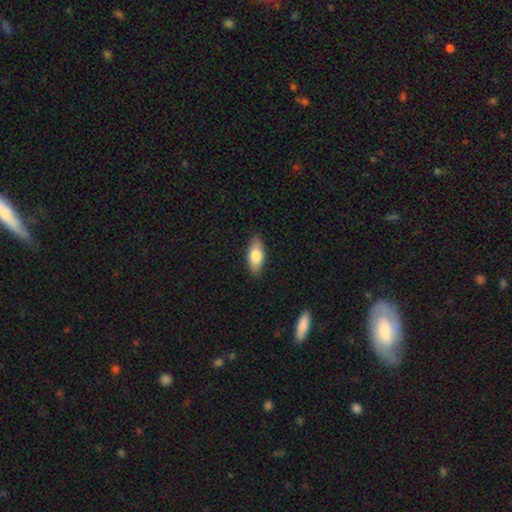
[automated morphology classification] This is likely a smooth galaxy (77%). How rounded: clearly in between (84%). Merging: clearly none (86%).